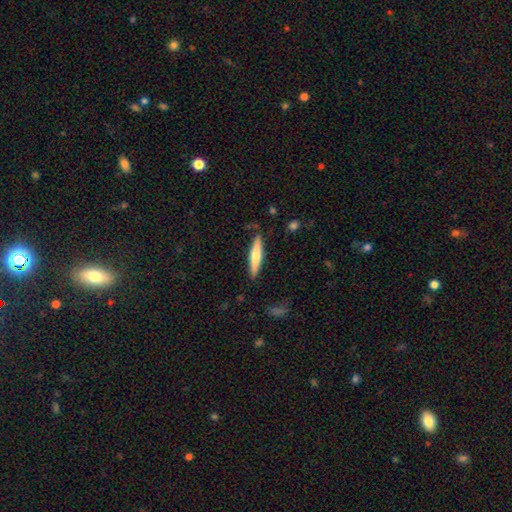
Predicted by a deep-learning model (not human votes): Smooth or featured? smooth (61%)
How rounded? cigar-shaped (87%)
Merging? none (86%)